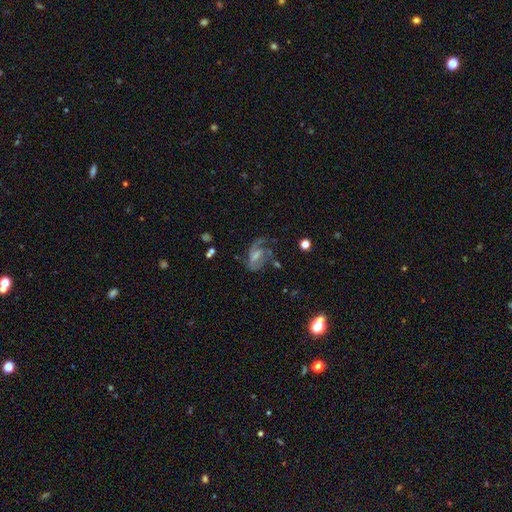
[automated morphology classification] smooth-or-featured: featured or disk: 72% | smooth: 19% | star or artifact: 9%
  disk-edge-on: no: 96% | yes: 4%
    bar: weak: 48% | no: 28% | strong: 24%
    has-spiral-arms: yes: 86% | no: 14%
      spiral-winding: medium: 46% | tight: 27% | loose: 26%
      spiral-arm-count: 2: 45% | 1: 28% | can't tell: 16% | 3: 7% | 4: 2% | more than 4: 2%
    bulge-size: small: 37% | moderate: 32% | none: 23% | large: 6% | dominant: 2%
  merging: none: 41% | major disturbance: 32% | minor disturbance: 22% | merger: 5%